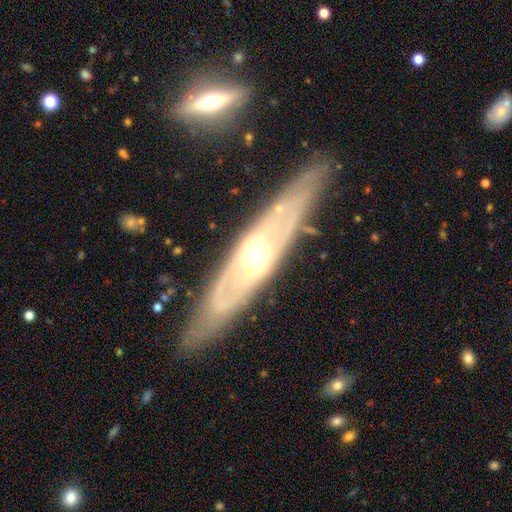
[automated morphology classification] Smooth or featured: featured or disk — 76% (smooth — 19%)
Edge-on disk: no — 57% (yes — 43%)
Merging: none — 81% (minor disturbance — 12%)